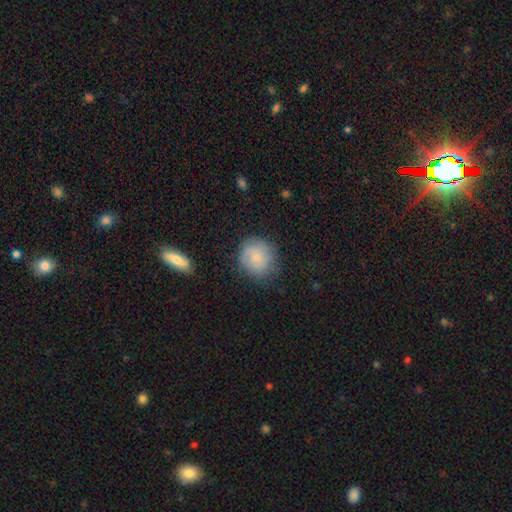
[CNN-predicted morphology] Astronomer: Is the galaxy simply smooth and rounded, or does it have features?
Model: smooth — 69%.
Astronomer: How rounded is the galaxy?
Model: round — 88%.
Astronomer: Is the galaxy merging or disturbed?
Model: none — 76%.